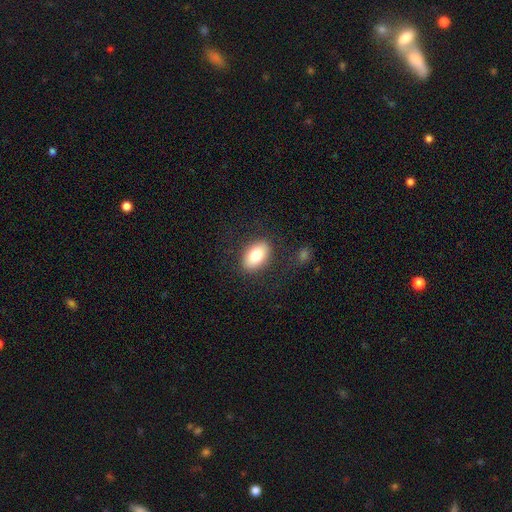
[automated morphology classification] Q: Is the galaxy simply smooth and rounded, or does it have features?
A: smooth — 80%.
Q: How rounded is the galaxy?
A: in between — 89%.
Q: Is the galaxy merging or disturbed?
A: none — 84%.